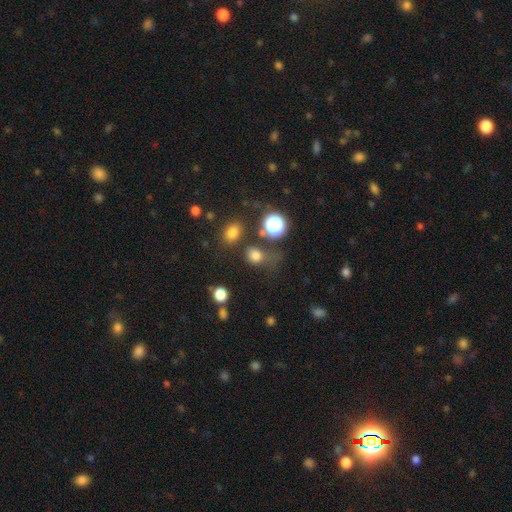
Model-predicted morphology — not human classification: smooth 73%, star or artifact 20%, featured or disk 7%. Down the decision tree: how rounded — round (61%); merging — none (57%).